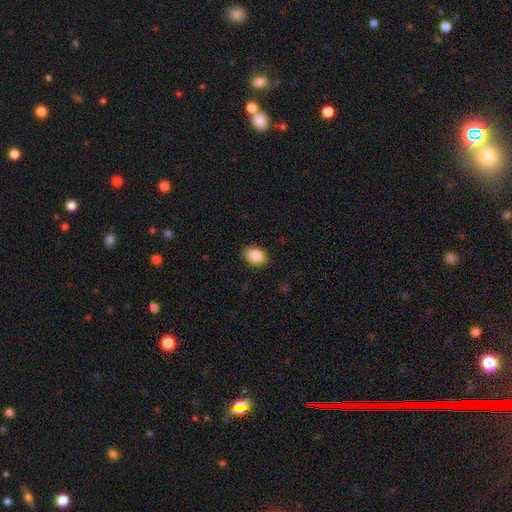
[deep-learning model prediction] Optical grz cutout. It shows a smooth galaxy with no disk features (88%) that is in between round and cigar-shaped (77%). Merging: none (88%).